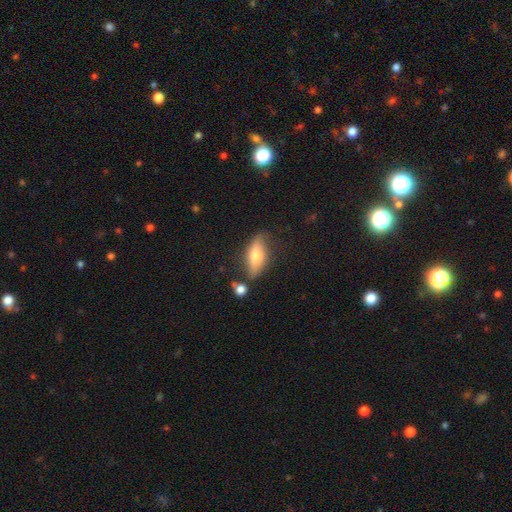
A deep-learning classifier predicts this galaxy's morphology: A smooth galaxy with no disk features (59%) that is in between round and cigar-shaped (70%).

Vote fractions:
- Smooth or featured? smooth: 59% / featured or disk: 33% / star or artifact: 7%
- How rounded? in between: 70% / cigar-shaped: 27% / round: 4%
- Merging? none: 68% / minor disturbance: 20% / merger: 7% / major disturbance: 5%